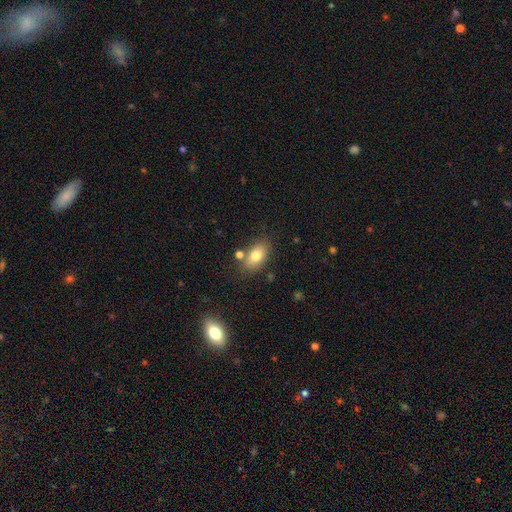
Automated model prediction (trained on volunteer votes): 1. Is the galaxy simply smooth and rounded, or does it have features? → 78% smooth, 14% featured or disk, 9% star or artifact.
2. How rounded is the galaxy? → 87% in between, 10% round, 2% cigar-shaped.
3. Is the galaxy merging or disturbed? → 73% none, 14% minor disturbance, 9% merger, 4% major disturbance.